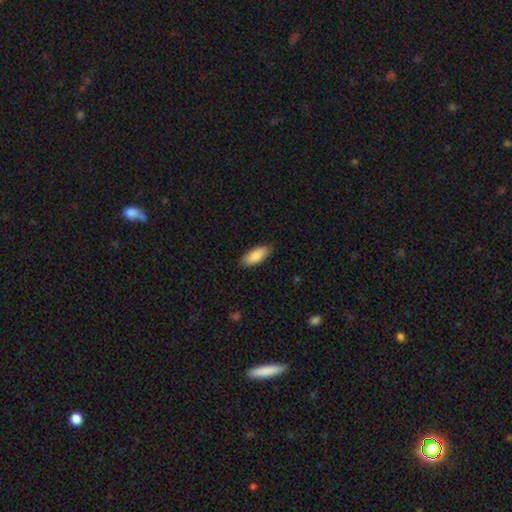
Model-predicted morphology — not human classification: Overall: smooth (87%). How rounded: in between (79%). Merging: none (86%).